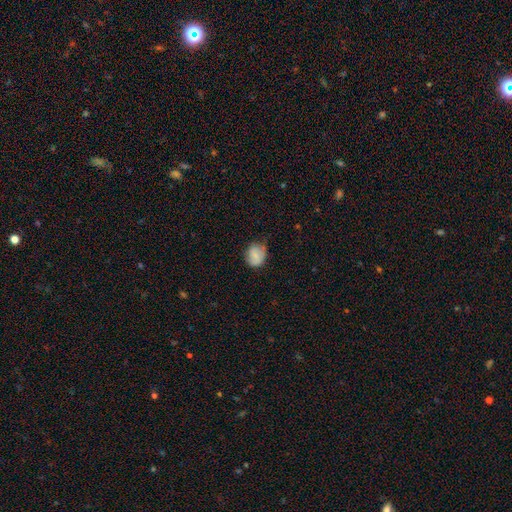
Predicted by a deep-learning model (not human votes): Smooth or featured? Predicted: smooth (p=0.74). How rounded? Predicted: round (p=0.58). Merging? Predicted: none (p=0.56).